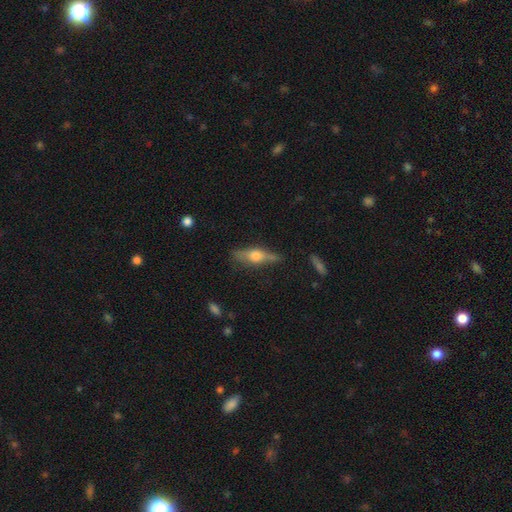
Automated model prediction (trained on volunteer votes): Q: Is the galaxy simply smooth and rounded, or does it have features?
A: featured or disk — 60%.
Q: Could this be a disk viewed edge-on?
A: yes — 94%.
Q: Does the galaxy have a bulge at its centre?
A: rounded — 92%.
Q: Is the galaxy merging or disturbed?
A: none — 78%.